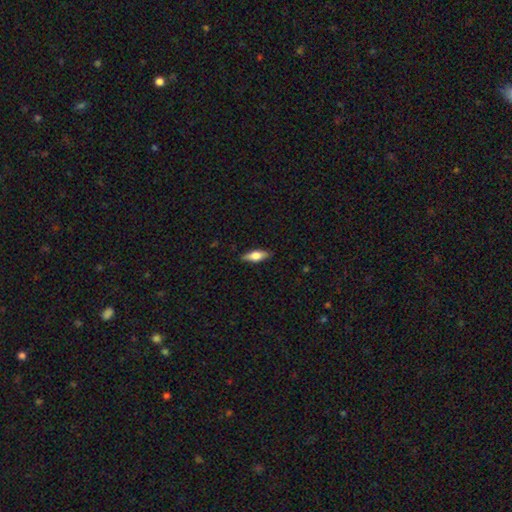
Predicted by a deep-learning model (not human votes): The model was most divided on "smooth or featured": smooth: 62%, featured or disk: 32%, star or artifact: 6%. More confident: merging — none (87%); how rounded — in between (65%).